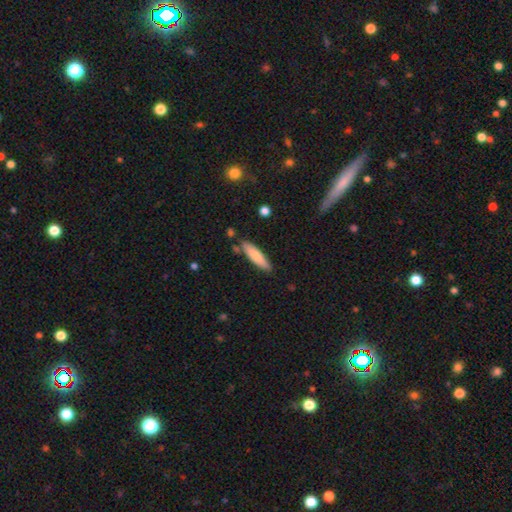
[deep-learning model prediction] This is likely a smooth galaxy (76%). How rounded: likely cigar-shaped (71%). Merging: clearly none (82%).